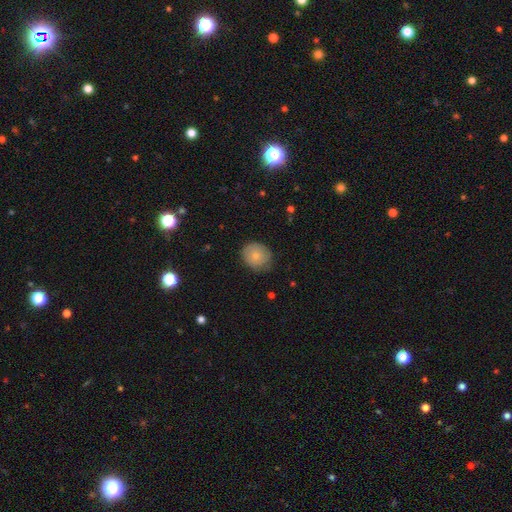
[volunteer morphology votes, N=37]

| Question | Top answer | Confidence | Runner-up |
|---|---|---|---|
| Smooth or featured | smooth | 81% | featured or disk (14%) |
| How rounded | round | 70% | in between (30%) |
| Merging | none | 66% | minor disturbance (31%) |